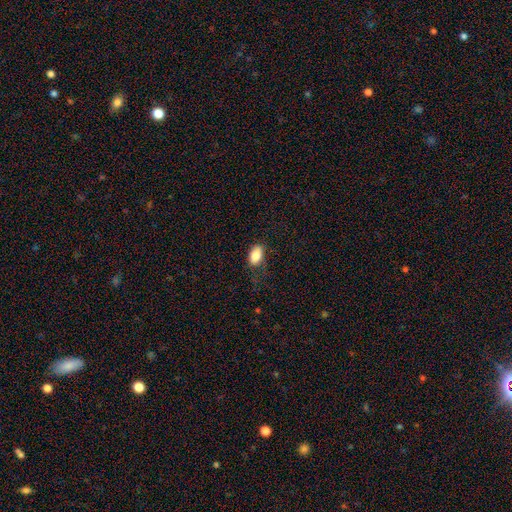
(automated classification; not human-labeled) smooth_or_featured: smooth (p=0.85) [alt: star or artifact p=0.08]
how_rounded: in between (p=0.91) [alt: round p=0.07]
merging: none (p=0.67) [alt: minor disturbance p=0.23]